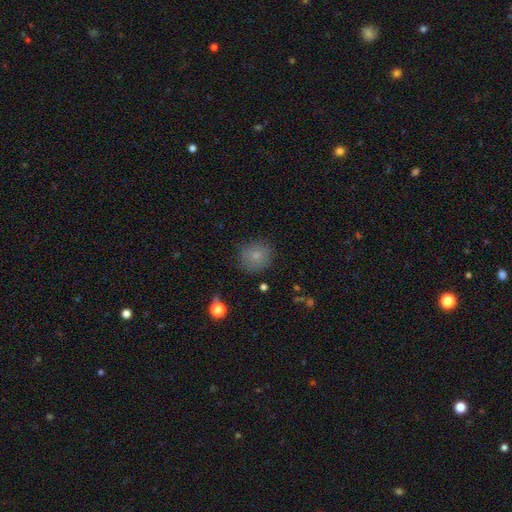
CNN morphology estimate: This is likely a smooth galaxy (77%). How rounded: clearly round (83%). Merging: likely none (79%).